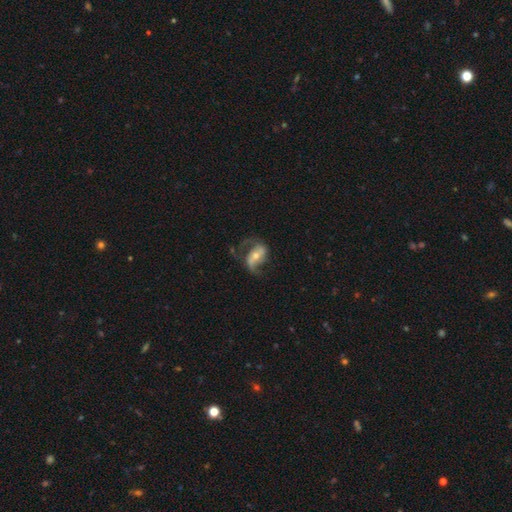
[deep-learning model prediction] Smooth or featured: featured or disk — 76% (smooth — 17%)
Edge-on disk: no — 96% (yes — 4%)
Bar: strong — 37% (no — 31%)
Spiral arms: yes — 89% (no — 11%)
Spiral winding: loose — 53% (medium — 37%)
Spiral arm count: 2 — 85% (1 — 7%)
Bulge size: moderate — 51% (small — 41%)
Merging: none — 56% (major disturbance — 23%)